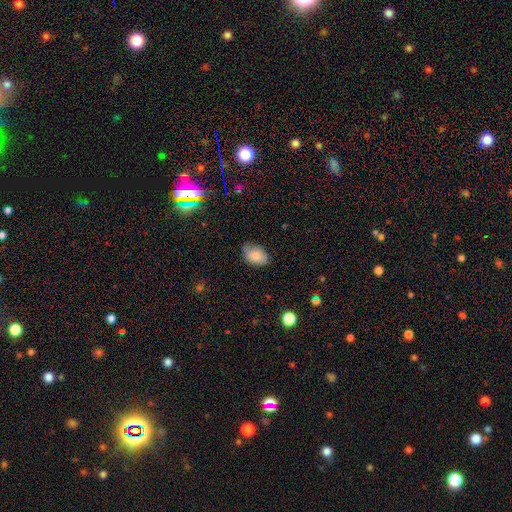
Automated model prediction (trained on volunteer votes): Smooth or featured?
  - smooth: 79% *
  - featured or disk: 12%
  - star or artifact: 8%
How rounded?
  - in between: 86% *
  - round: 12%
  - cigar-shaped: 1%
Merging?
  - none: 66% *
  - minor disturbance: 28%
  - major disturbance: 5%
  - merger: 1%